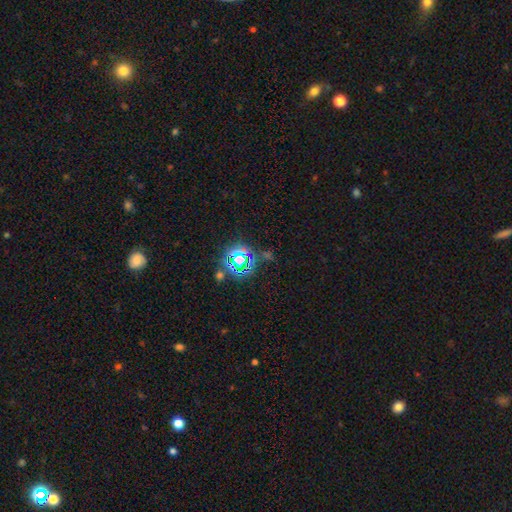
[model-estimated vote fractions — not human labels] Overall: star or artifact (75%).